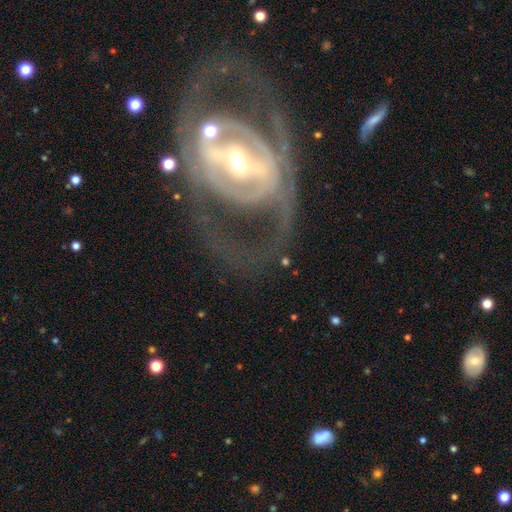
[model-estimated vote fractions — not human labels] Q: Smooth or featured?
A: featured or disk (86%); runner-up: smooth (8%)
Q: Edge-on disk?
A: no (94%); runner-up: yes (6%)
Q: Bar?
A: strong (58%); runner-up: weak (28%)
Q: Spiral arms?
A: yes (76%); runner-up: no (24%)
Q: Spiral winding?
A: tight (41%); tied with: medium (41%)
Q: Spiral arm count?
A: 2 (57%); runner-up: can't tell (23%)
Q: Bulge size?
A: small (49%); runner-up: moderate (43%)
Q: Merging?
A: none (57%); runner-up: major disturbance (24%)